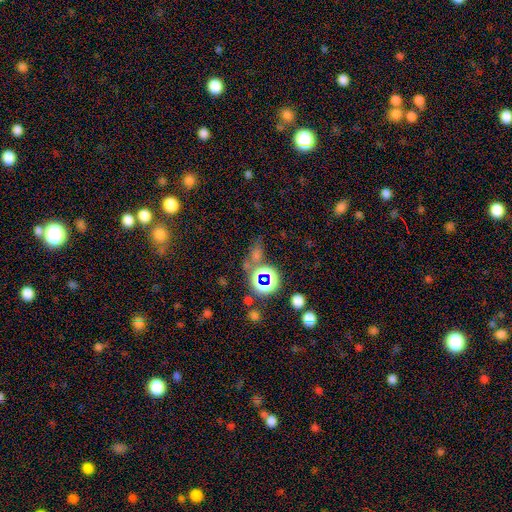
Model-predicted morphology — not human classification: Overall: star or artifact (64%; smooth 26%).